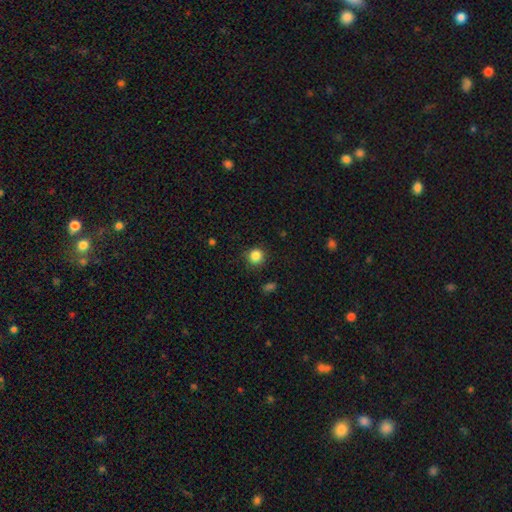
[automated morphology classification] A smooth galaxy with no disk features (85%) that is round (93%).

Vote fractions:
- Smooth or featured? smooth: 85% / star or artifact: 11% / featured or disk: 4%
- How rounded? round: 93% / in between: 6% / cigar-shaped: 1%
- Merging? none: 87% / minor disturbance: 9% / major disturbance: 3% / merger: 1%